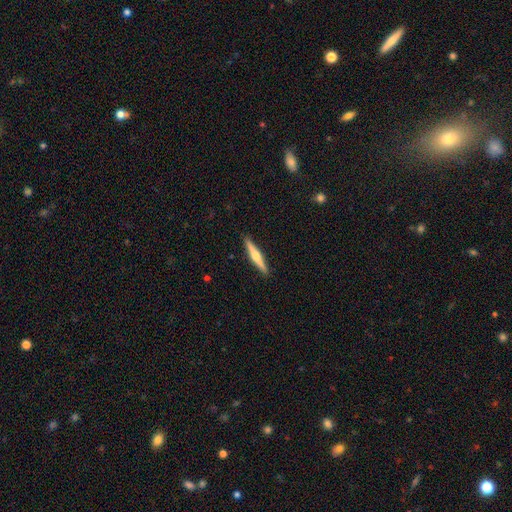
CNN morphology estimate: This is likely a featured or disk galaxy (63%). It is clearly viewed edge-on (98%). Edge-on bulge: clearly rounded (89%). Merging: clearly none (92%).